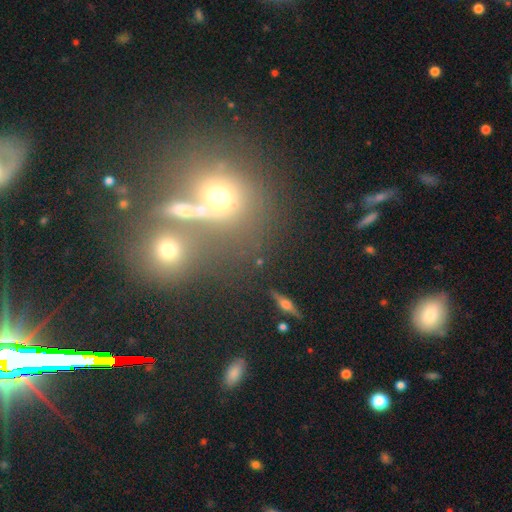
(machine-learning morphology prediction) Smooth or featured? smooth (44%)
Merging? none (47%)